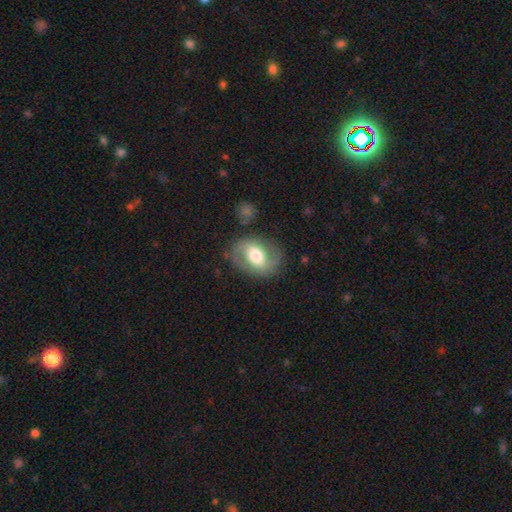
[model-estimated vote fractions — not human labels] A featured or disk galaxy (67%) with a weak bar (41%), 2 (88%) medium (49%) spiral arms (79%) and a moderate central bulge (60%). Merging: none (76%).